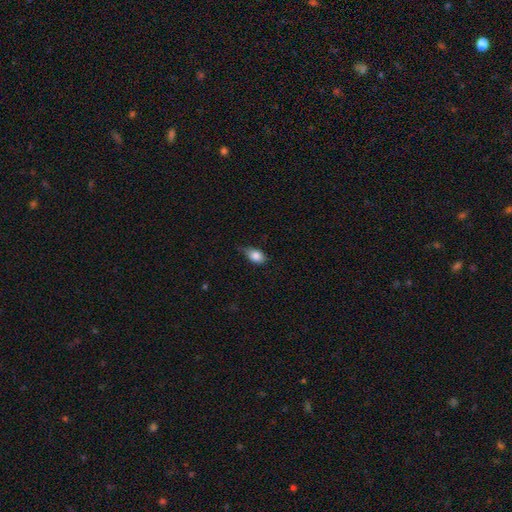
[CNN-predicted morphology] Smooth or featured: smooth — 84% (star or artifact — 8%)
How rounded: in between — 82% (round — 15%)
Merging: none — 54% (minor disturbance — 38%)